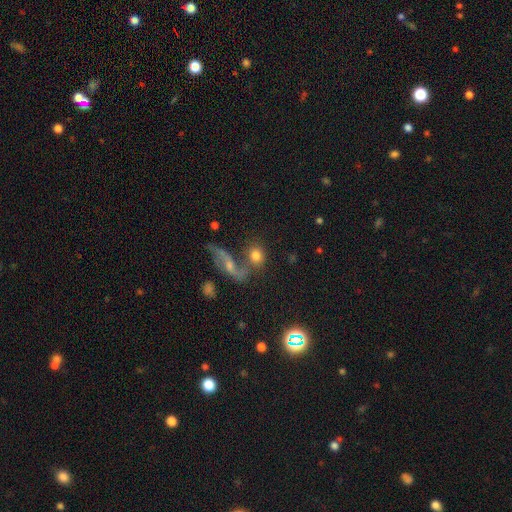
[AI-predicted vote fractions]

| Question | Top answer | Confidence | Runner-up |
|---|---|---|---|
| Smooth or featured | smooth | 73% | featured or disk (17%) |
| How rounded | round | 73% | in between (24%) |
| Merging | none | 46% | merger (34%) |